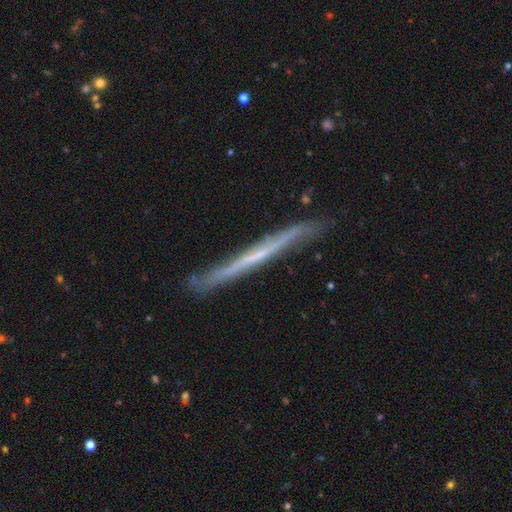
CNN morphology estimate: featured or disk 67%, smooth 27%, star or artifact 6%. Down the decision tree: edge-on disk — yes (96%); edge-on bulge — none (80%); merging — none (83%).